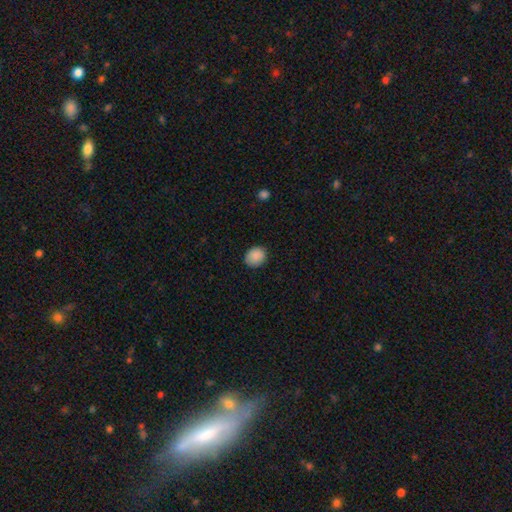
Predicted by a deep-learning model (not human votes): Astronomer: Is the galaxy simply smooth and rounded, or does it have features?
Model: smooth — 89%.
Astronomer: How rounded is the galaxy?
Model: round — 61% (runner-up: in between, 38%).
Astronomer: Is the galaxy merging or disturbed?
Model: none — 85%.